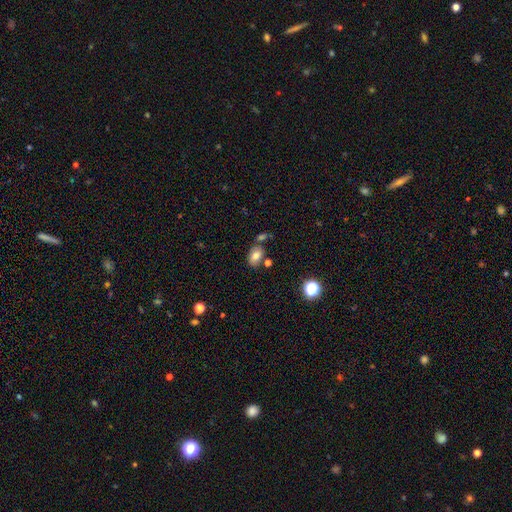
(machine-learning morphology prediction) smooth_or_featured: smooth (p=0.77) [alt: featured or disk p=0.12]
how_rounded: in between (p=0.84) [alt: round p=0.15]
merging: none (p=0.67) [alt: merger p=0.15]